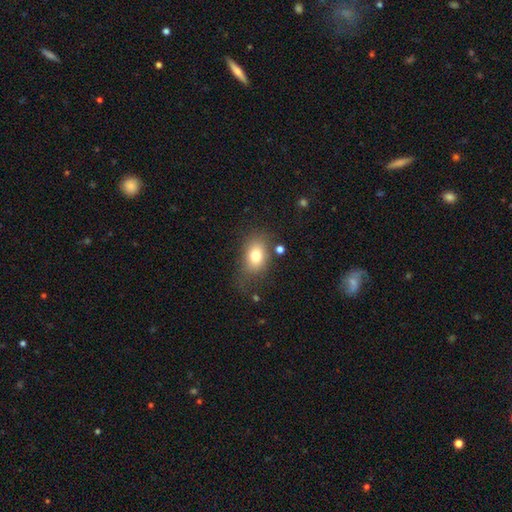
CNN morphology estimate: This appears to be a smooth galaxy with no disk features (77%) that is in between round and cigar-shaped (76%). Merging: none (66%).